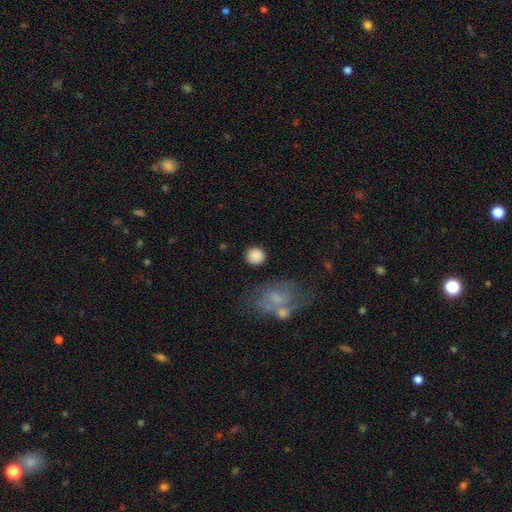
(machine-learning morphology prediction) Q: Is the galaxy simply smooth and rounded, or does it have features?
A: smooth — 87%.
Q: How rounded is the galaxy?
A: round — 87%.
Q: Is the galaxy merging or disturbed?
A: none — 83%.